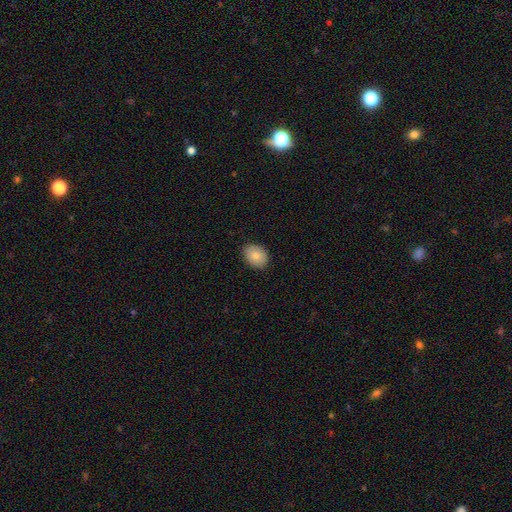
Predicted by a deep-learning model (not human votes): Smooth or featured?
  - smooth: 81% *
  - featured or disk: 11%
  - star or artifact: 8%
How rounded?
  - in between: 60% *
  - round: 39%
  - cigar-shaped: 1%
Merging?
  - none: 88% *
  - minor disturbance: 9%
  - major disturbance: 2%
  - merger: 1%